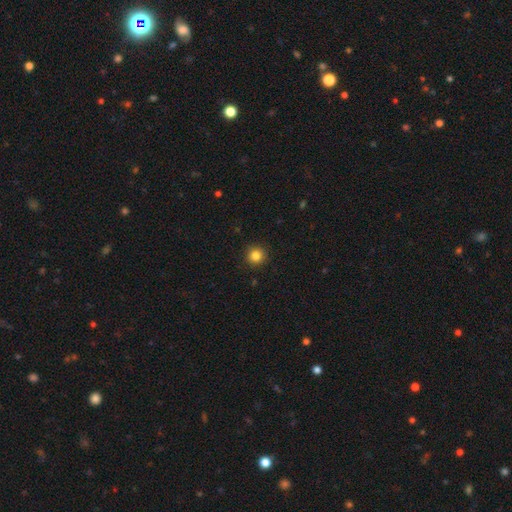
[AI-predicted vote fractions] Q: Smooth or featured?
A: smooth (84%); runner-up: star or artifact (12%)
Q: How rounded?
A: round (95%); runner-up: in between (4%)
Q: Merging?
A: none (92%); runner-up: minor disturbance (5%)